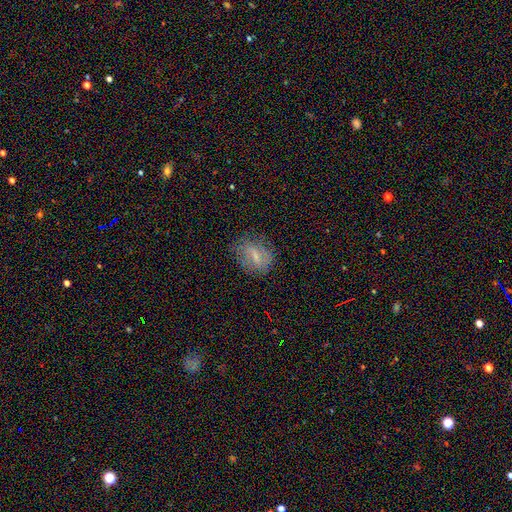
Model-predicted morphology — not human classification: type=smooth (46%); merging=none (66%).